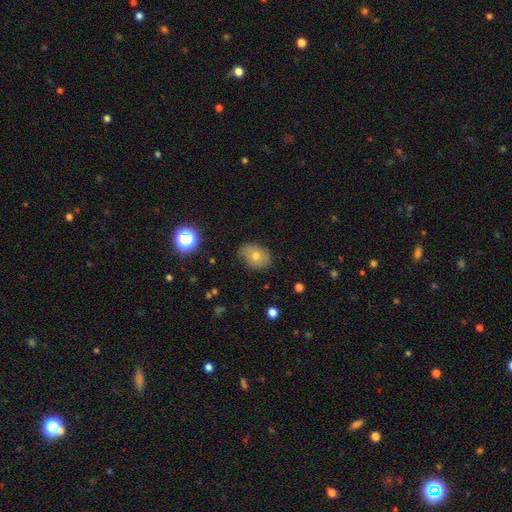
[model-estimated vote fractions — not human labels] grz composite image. It shows a smooth galaxy with no disk features (66%) that is in between round and cigar-shaped (73%). Merging: none (76%).